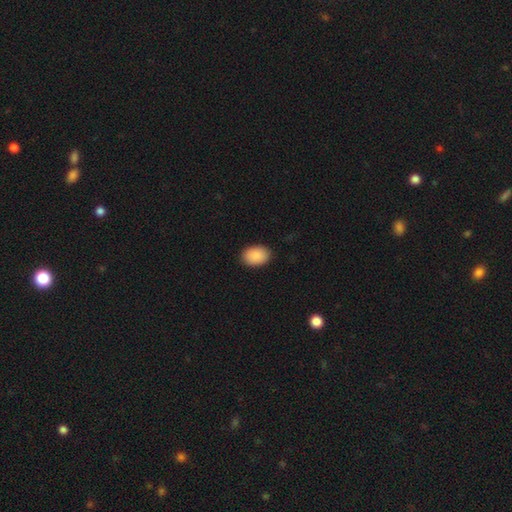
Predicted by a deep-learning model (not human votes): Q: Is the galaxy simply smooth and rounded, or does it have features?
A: smooth — 90%.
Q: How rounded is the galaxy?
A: in between — 80%.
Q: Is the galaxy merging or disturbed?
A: none — 90%.